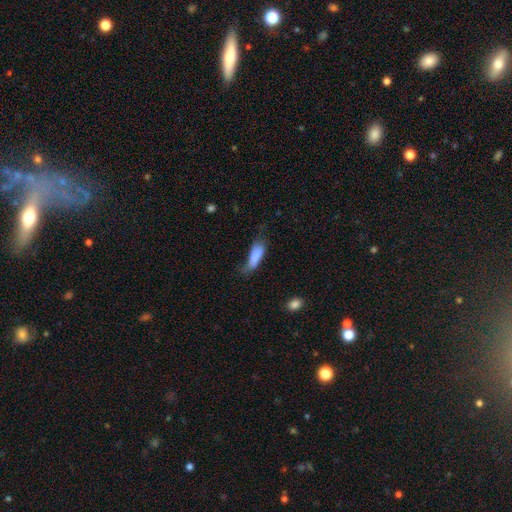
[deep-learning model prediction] A smooth galaxy with no disk features (78%) that is in between round and cigar-shaped (58%).

Vote fractions:
- Smooth or featured? smooth: 78% / featured or disk: 14% / star or artifact: 8%
- How rounded? in between: 58% / cigar-shaped: 39% / round: 3%
- Merging? minor disturbance: 35% / major disturbance: 32% / none: 28% / merger: 5%